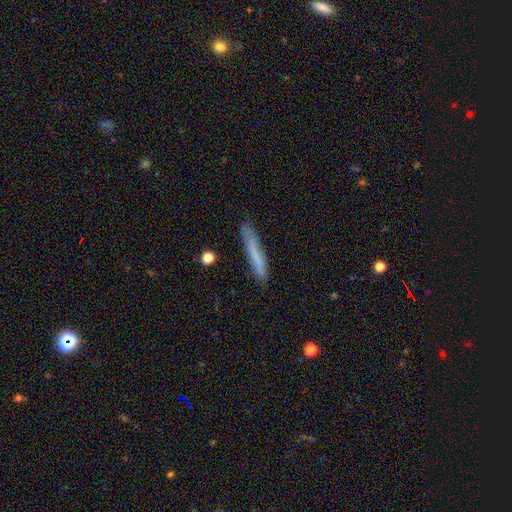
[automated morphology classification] Smooth or featured? Predicted: smooth (p=0.68). How rounded? Predicted: cigar-shaped (p=0.95). Merging? Predicted: none (p=0.81).